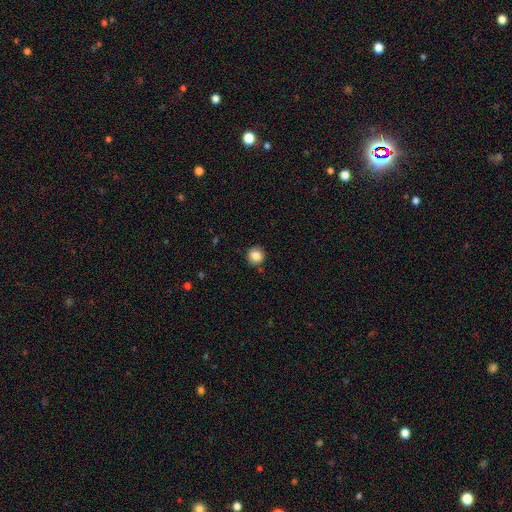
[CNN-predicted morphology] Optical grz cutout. It shows a smooth galaxy with no disk features (85%) that is round (93%). Merging: none (88%).